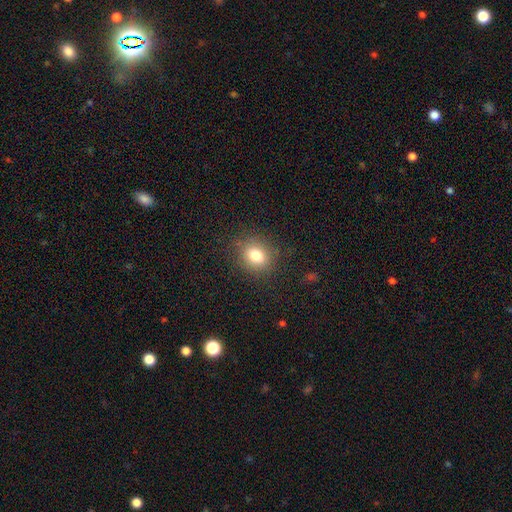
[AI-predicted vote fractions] smooth-or-featured: smooth: 80% | star or artifact: 12% | featured or disk: 8%
  how-rounded: round: 58% | in between: 41% | cigar-shaped: 1%
  merging: none: 85% | minor disturbance: 10% | major disturbance: 4% | merger: 1%